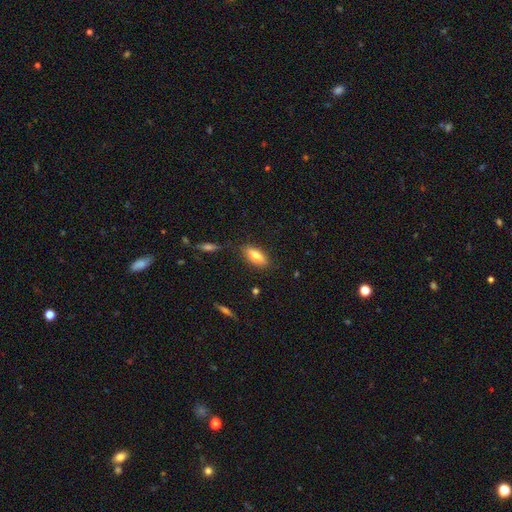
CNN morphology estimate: The model was most divided on "how rounded": in between: 73%, cigar-shaped: 24%, round: 3%. More confident: merging — none (81%); smooth or featured — smooth (72%).